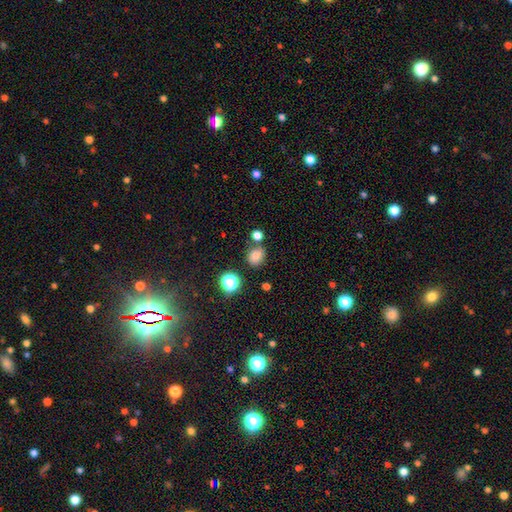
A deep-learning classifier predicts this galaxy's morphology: Smooth or featured: smooth — 76% (star or artifact — 17%)
How rounded: round — 68% (in between — 31%)
Merging: none — 71% (merger — 13%)